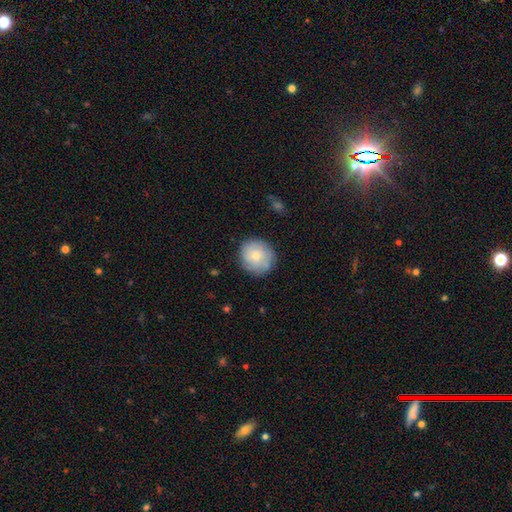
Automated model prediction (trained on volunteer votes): Smooth or featured?
  - smooth: 70% *
  - featured or disk: 23%
  - star or artifact: 7%
How rounded?
  - round: 89% *
  - in between: 10%
  - cigar-shaped: 1%
Merging?
  - none: 82% *
  - minor disturbance: 13%
  - major disturbance: 3%
  - merger: 1%